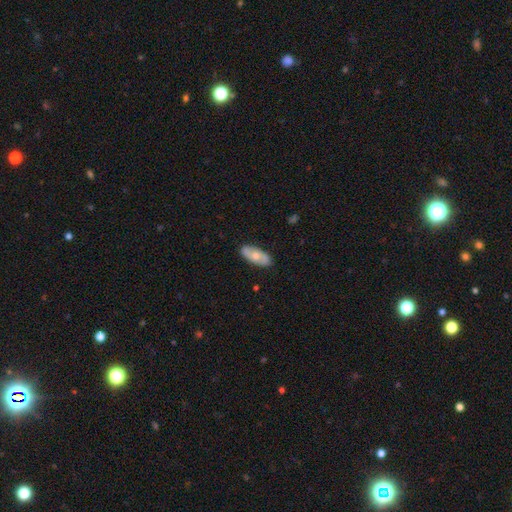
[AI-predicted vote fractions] Smooth or featured? smooth (54%)
How rounded? in between (86%)
Merging? none (87%)